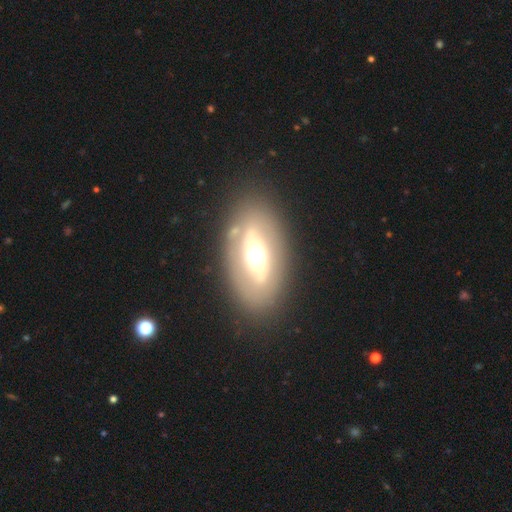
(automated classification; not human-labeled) smooth_or_featured: featured or disk (p=0.59) [alt: smooth p=0.34]
disk_edge_on: no (p=0.83) [alt: yes p=0.17]
merging: none (p=0.81) [alt: minor disturbance p=0.11]